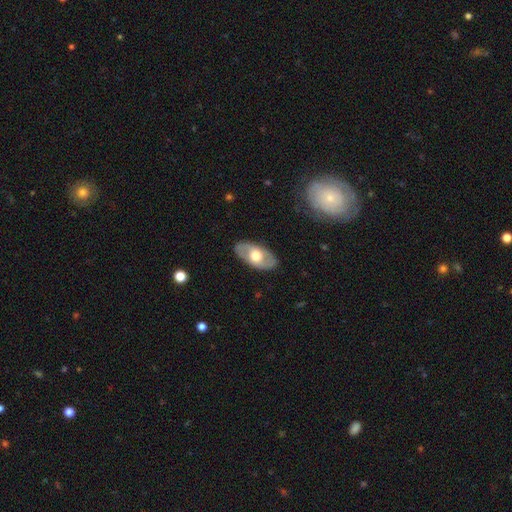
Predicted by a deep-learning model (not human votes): Morphology: type=featured or disk (52%); edge-on=no (82%); merging=none (85%).